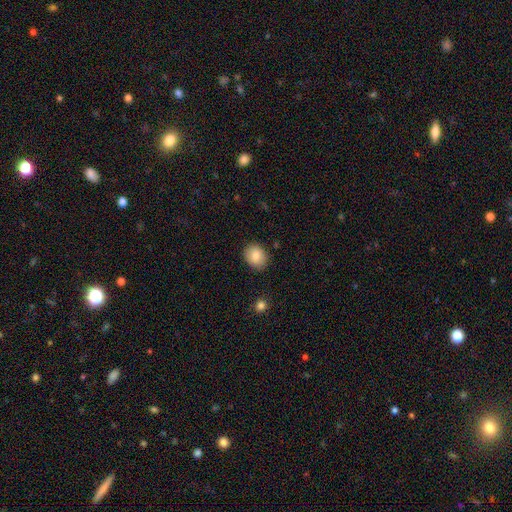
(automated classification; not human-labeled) Smooth or featured? smooth (85%)
How rounded? round (53%)
Merging? none (87%)